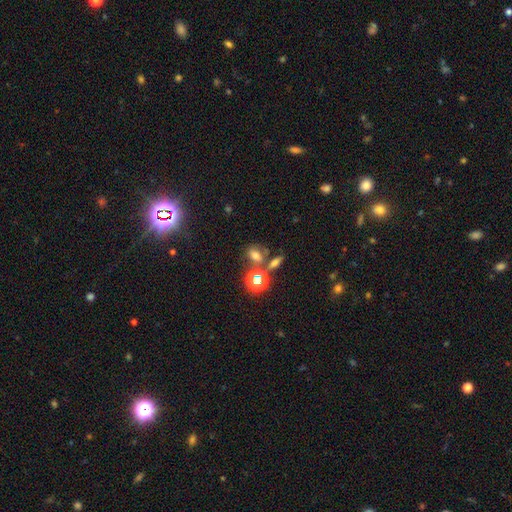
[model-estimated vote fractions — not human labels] smooth 59%, star or artifact 26%, featured or disk 15%. Down the decision tree: how rounded — in between (66%); merging — none (57%).